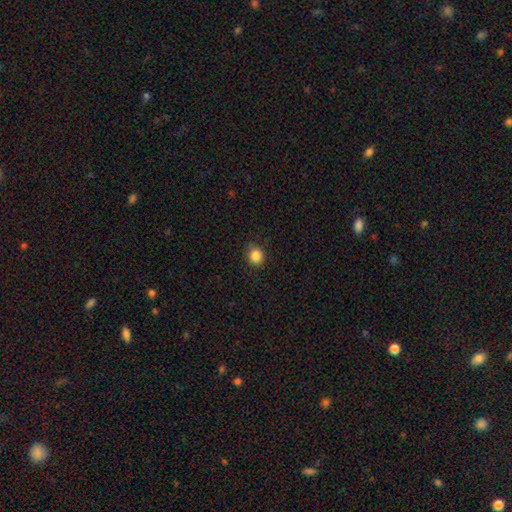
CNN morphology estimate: This appears to be a smooth galaxy with no disk features (85%) that is round (84%). Merging: none (80%).